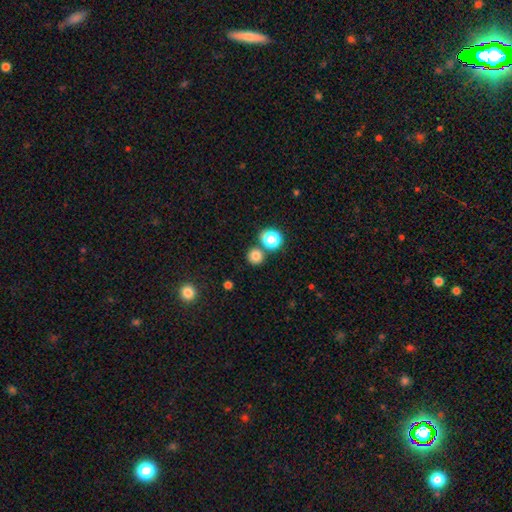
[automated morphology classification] Smooth or featured?
  - smooth: 78% *
  - star or artifact: 16%
  - featured or disk: 6%
How rounded?
  - round: 93% *
  - in between: 6%
  - cigar-shaped: 1%
Merging?
  - none: 78% *
  - merger: 13%
  - minor disturbance: 7%
  - major disturbance: 2%